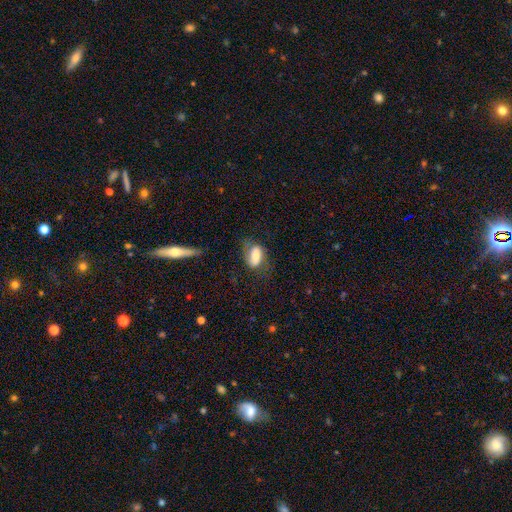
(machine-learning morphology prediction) Smooth or featured: smooth — 62% (featured or disk — 31%)
How rounded: in between — 87% (round — 9%)
Merging: none — 61% (minor disturbance — 23%)